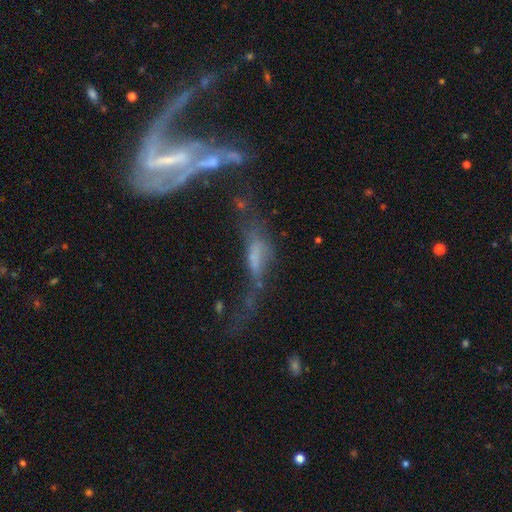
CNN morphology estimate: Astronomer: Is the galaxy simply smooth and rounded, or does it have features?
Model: featured or disk — 47% (runner-up: smooth, 36%).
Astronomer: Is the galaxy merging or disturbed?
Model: major disturbance — 40% (runner-up: merger, 26%).